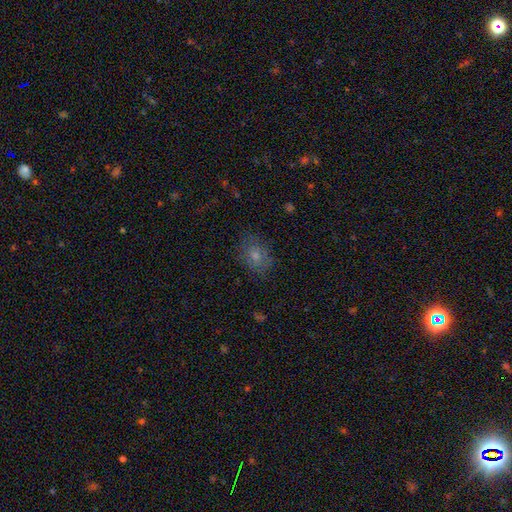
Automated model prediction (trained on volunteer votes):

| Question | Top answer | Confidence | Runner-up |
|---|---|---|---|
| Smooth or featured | smooth | 74% | featured or disk (14%) |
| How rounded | in between | 59% | round (39%) |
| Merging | none | 77% | minor disturbance (16%) |